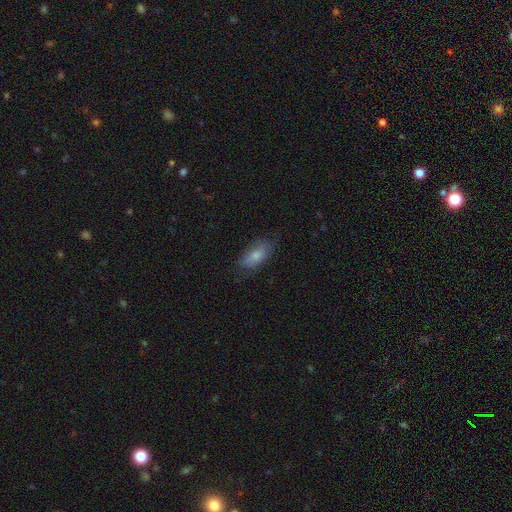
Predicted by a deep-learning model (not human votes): Smooth or featured: smooth — 77% (featured or disk — 16%)
How rounded: in between — 84% (cigar-shaped — 13%)
Merging: none — 67% (minor disturbance — 24%)